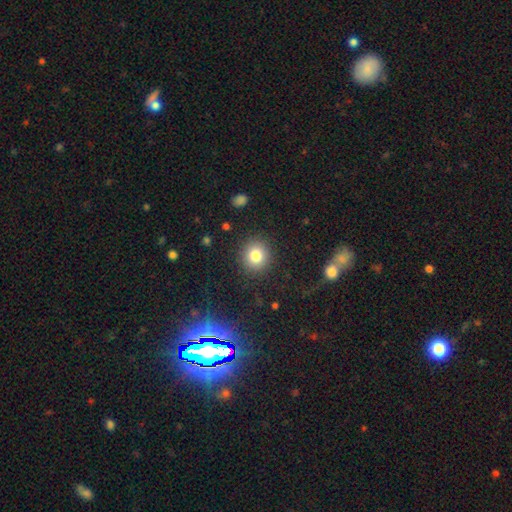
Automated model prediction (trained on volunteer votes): Smooth or featured? smooth (82%)
How rounded? round (87%)
Merging? none (89%)